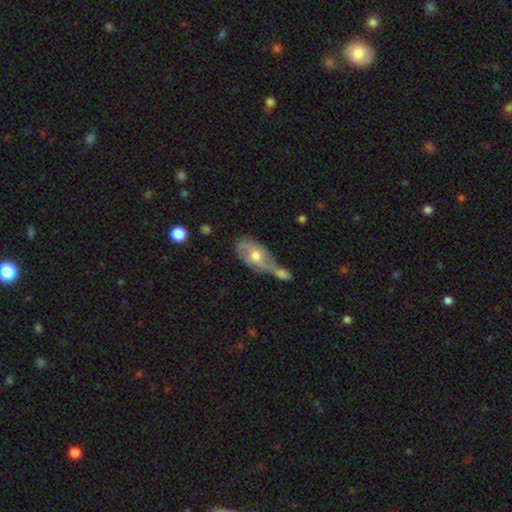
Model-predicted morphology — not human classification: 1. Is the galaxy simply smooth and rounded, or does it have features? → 60% featured or disk, 33% smooth, 7% star or artifact.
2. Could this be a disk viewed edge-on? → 89% no, 11% yes.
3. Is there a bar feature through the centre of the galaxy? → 65% no, 28% weak, 7% strong.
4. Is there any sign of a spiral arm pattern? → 71% yes, 29% no.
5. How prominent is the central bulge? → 71% moderate, 20% small, 6% large, 2% none, 1% dominant.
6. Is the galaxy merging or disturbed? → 44% merger, 30% none, 17% minor disturbance, 9% major disturbance.